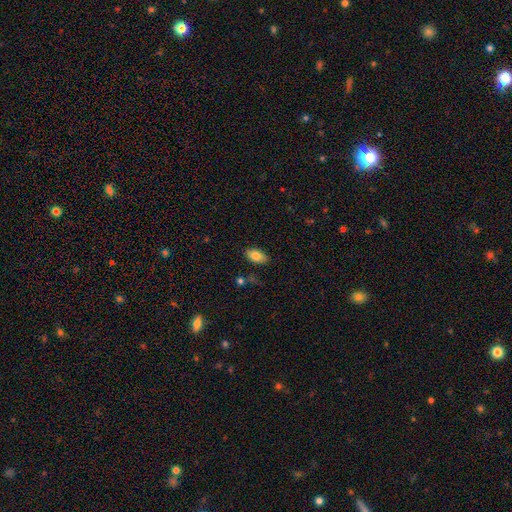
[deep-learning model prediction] Smooth or featured: smooth — 80% (featured or disk — 12%)
How rounded: in between — 92% (round — 4%)
Merging: none — 83% (minor disturbance — 13%)